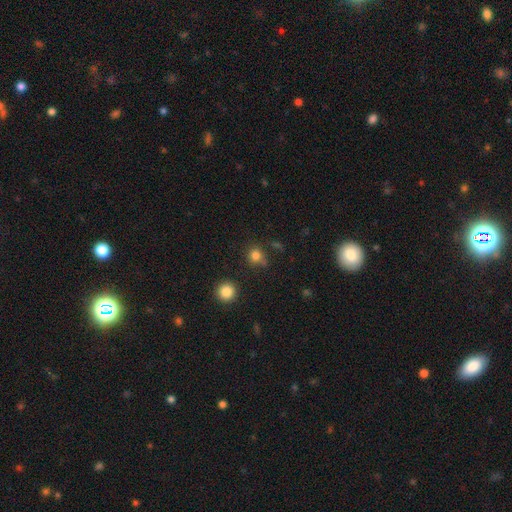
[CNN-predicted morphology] Smooth or featured?
  - smooth: 79% *
  - star or artifact: 15%
  - featured or disk: 6%
How rounded?
  - round: 85% *
  - in between: 14%
  - cigar-shaped: 1%
Merging?
  - none: 71% *
  - minor disturbance: 17%
  - merger: 7%
  - major disturbance: 5%